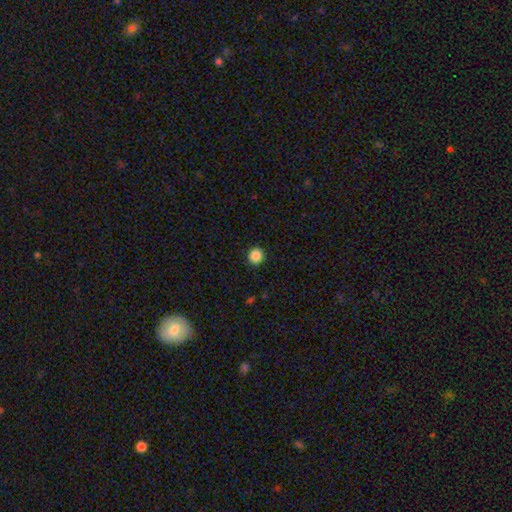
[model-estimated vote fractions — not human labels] smooth-or-featured: smooth: 87% | star or artifact: 10% | featured or disk: 3%
  how-rounded: round: 93% | in between: 6% | cigar-shaped: 1%
  merging: none: 92% | minor disturbance: 5% | major disturbance: 2% | merger: 1%